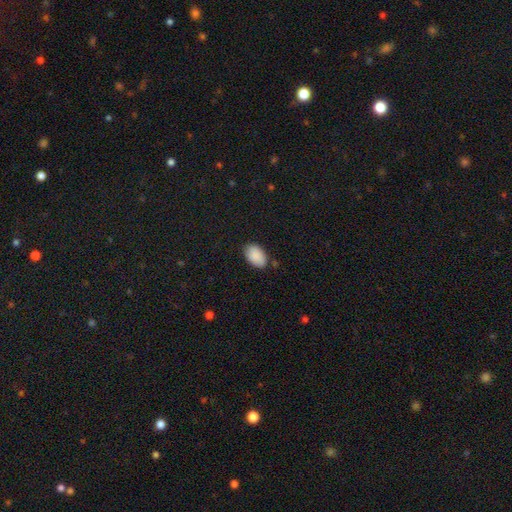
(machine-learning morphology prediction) type=smooth (90%); roundness=in between (92%); merging=none (82%).